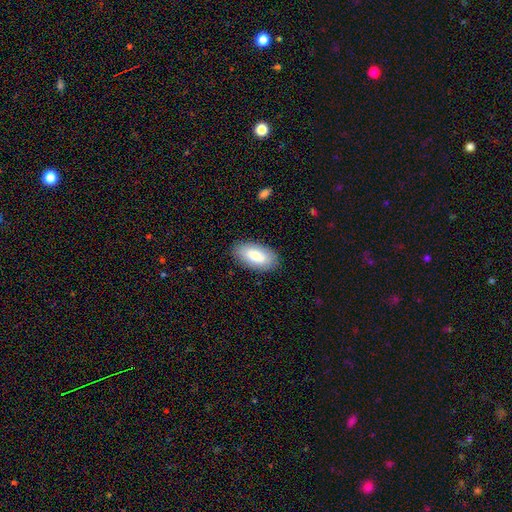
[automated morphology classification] A smooth galaxy with no disk features (73%) that is in between round and cigar-shaped (94%).

Vote fractions:
- Smooth or featured? smooth: 73% / featured or disk: 20% / star or artifact: 6%
- How rounded? in between: 94% / cigar-shaped: 3% / round: 3%
- Merging? none: 87% / minor disturbance: 9% / major disturbance: 3% / merger: 1%